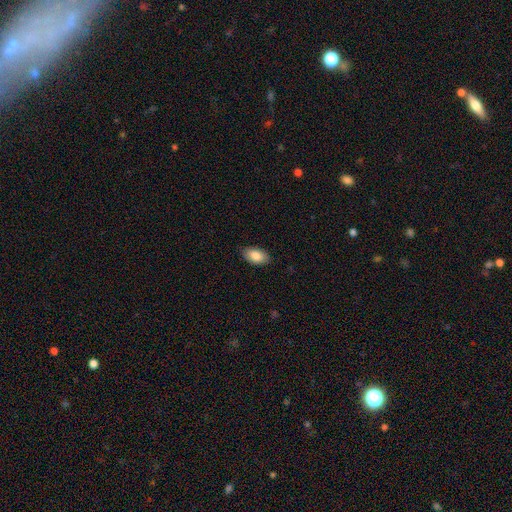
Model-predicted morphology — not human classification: Overall: smooth (84%). How rounded: in between (94%). Merging: none (86%).